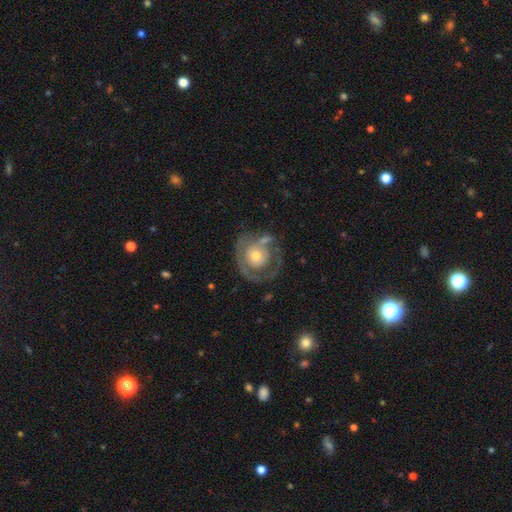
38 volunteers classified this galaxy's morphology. This is likely a featured or disk galaxy (66%). It is clearly not viewed edge-on (96%). Bar: likely no (79%). Spiral arm pattern: likely no (79%). Central bulge: possibly moderate (50%). Merging: possibly none (54%).